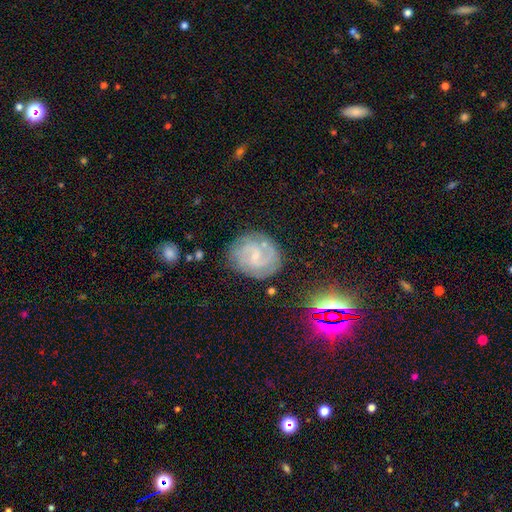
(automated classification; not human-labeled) Q: Smooth or featured?
A: featured or disk (78%); runner-up: smooth (15%)
Q: Edge-on disk?
A: no (98%); runner-up: yes (2%)
Q: Bar?
A: weak (54%); runner-up: no (33%)
Q: Spiral arms?
A: yes (94%); runner-up: no (6%)
Q: Spiral winding?
A: tight (45%); runner-up: medium (42%)
Q: Spiral arm count?
A: 2 (60%); runner-up: can't tell (18%)
Q: Bulge size?
A: small (67%); runner-up: moderate (18%)
Q: Merging?
A: none (76%); runner-up: minor disturbance (16%)